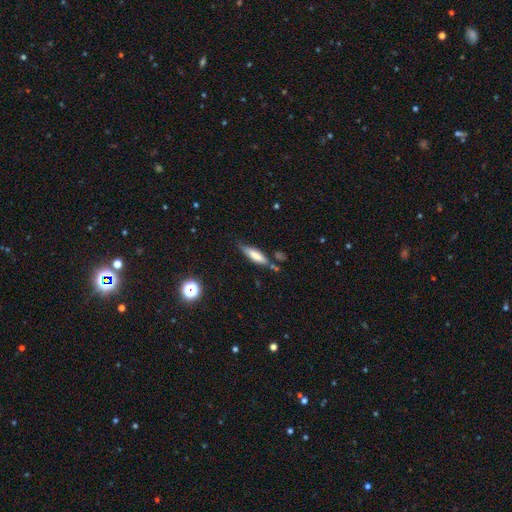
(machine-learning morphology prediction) A smooth galaxy with no disk features (66%) that is cigar-shaped (63%). Merging: none (65%).